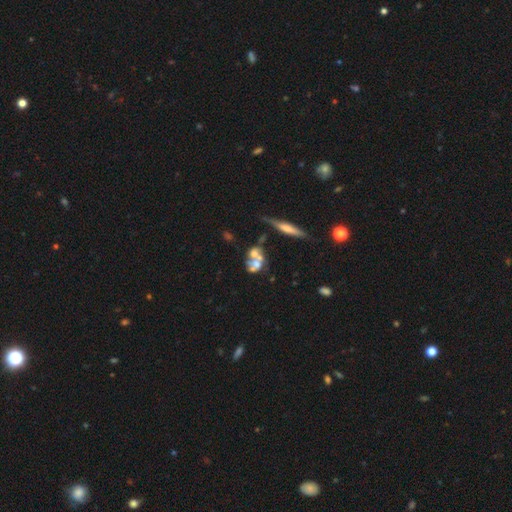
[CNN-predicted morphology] Smooth or featured? featured or disk (46%)
Merging? merger (53%)